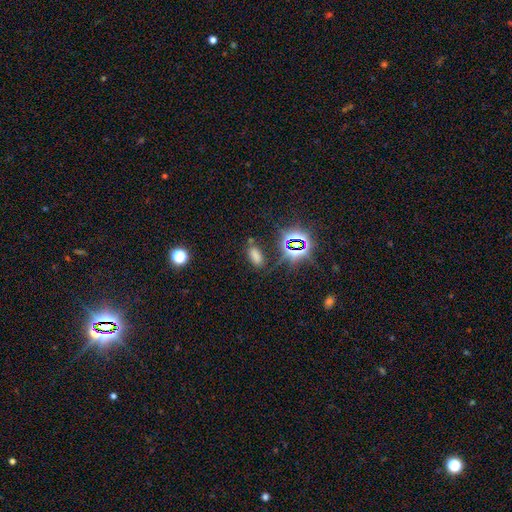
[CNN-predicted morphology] A smooth galaxy with no disk features (62%) that is in between round and cigar-shaped (88%). Merging: none (74%).